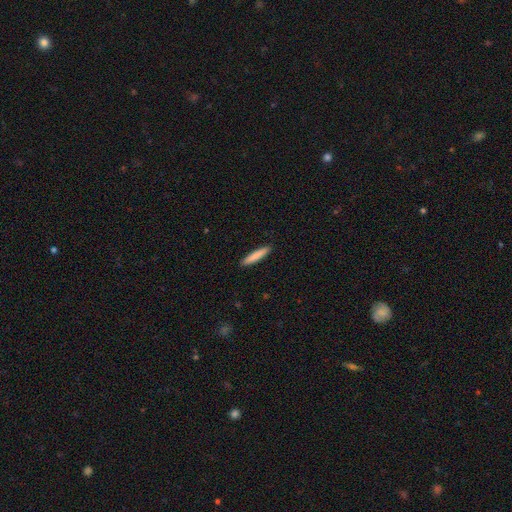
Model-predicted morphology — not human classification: Smooth or featured?
  - smooth: 84% *
  - featured or disk: 11%
  - star or artifact: 5%
How rounded?
  - cigar-shaped: 91% *
  - in between: 8%
  - round: 1%
Merging?
  - none: 91% *
  - minor disturbance: 6%
  - major disturbance: 1%
  - merger: 1%